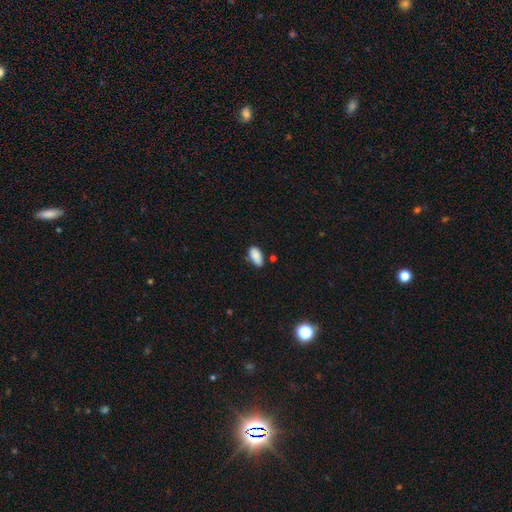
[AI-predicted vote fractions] A smooth galaxy with no disk features (87%) that is in between round and cigar-shaped (93%). Merging: none (68%).